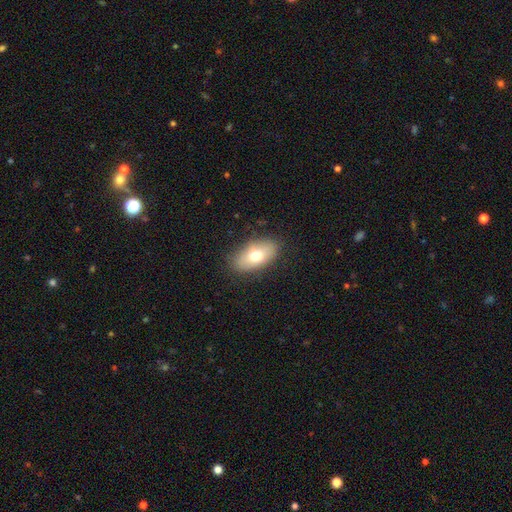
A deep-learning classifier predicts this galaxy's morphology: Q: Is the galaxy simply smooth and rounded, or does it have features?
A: smooth — 71%.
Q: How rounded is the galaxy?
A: in between — 91%.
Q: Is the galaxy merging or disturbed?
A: none — 83%.